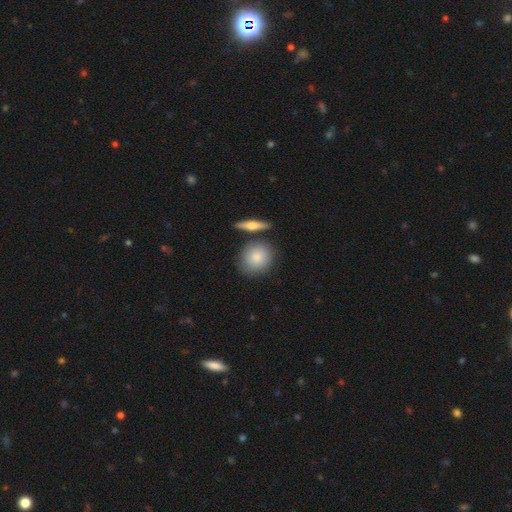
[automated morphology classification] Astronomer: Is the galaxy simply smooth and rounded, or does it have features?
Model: smooth — 83%.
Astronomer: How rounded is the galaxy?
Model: round — 74%.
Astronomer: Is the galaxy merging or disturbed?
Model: none — 76%.